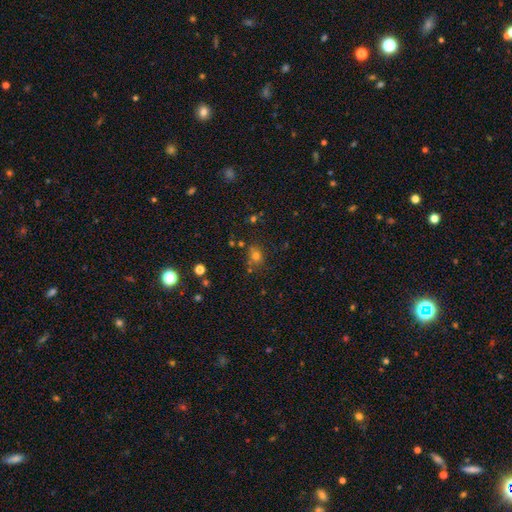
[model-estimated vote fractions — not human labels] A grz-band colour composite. It shows a smooth galaxy with no disk features (69%) that is round (77%). Merging: none (70%).